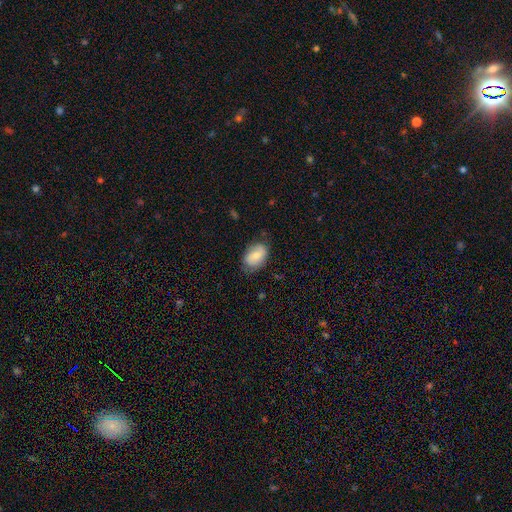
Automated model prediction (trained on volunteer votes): smooth 73%, featured or disk 20%, star or artifact 7%. Down the decision tree: how rounded — in between (88%); merging — none (69%).